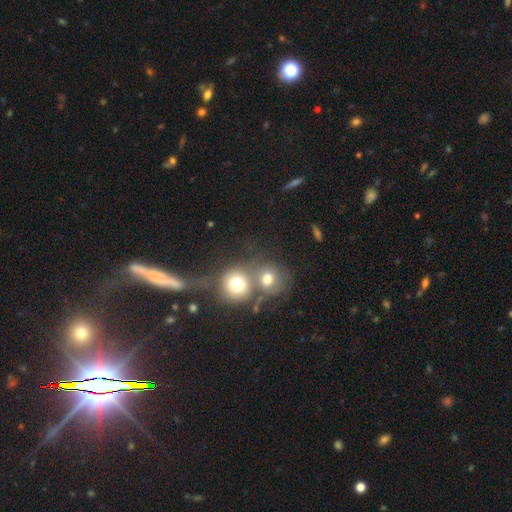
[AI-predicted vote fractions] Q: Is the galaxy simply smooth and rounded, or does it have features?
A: star or artifact — 42%.